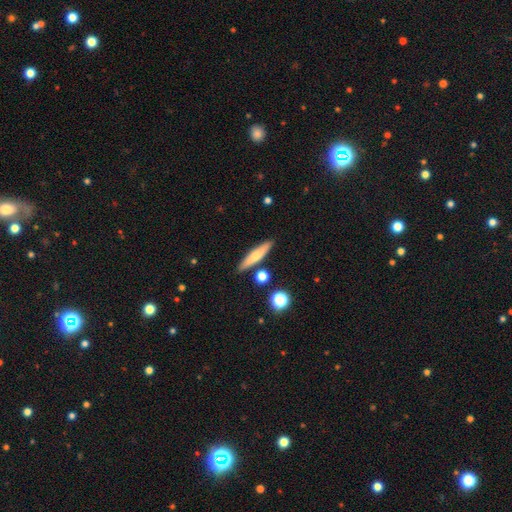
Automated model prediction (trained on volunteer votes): Smooth or featured?
  - smooth: 54% *
  - featured or disk: 38%
  - star or artifact: 7%
How rounded?
  - cigar-shaped: 83% *
  - in between: 14%
  - round: 3%
Merging?
  - none: 85% *
  - minor disturbance: 8%
  - merger: 5%
  - major disturbance: 2%